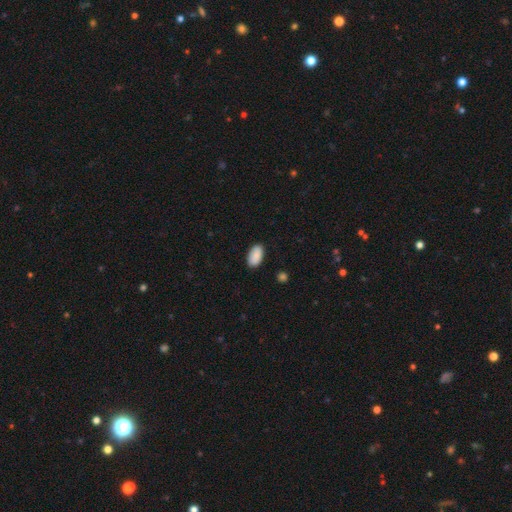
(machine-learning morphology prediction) A smooth galaxy with no disk features (90%) that is in between round and cigar-shaped (95%). Merging: none (88%).